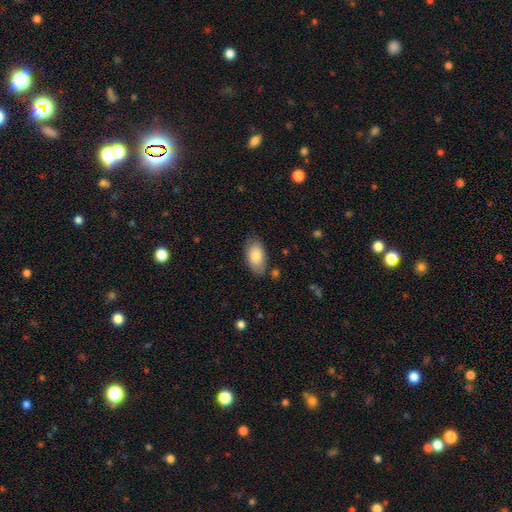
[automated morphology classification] Smooth or featured? smooth (82%)
How rounded? in between (94%)
Merging? none (75%)